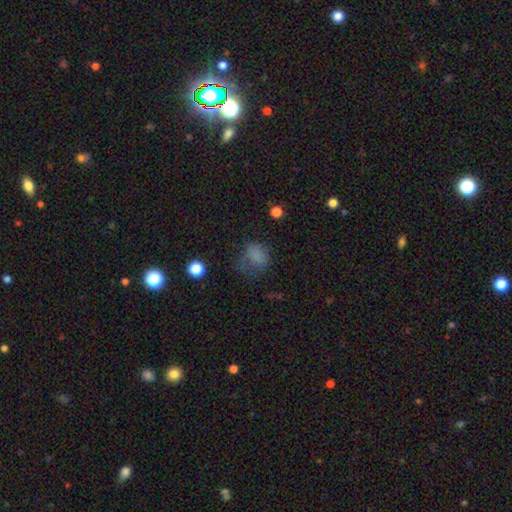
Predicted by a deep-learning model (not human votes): A smooth galaxy with no disk features (69%) that is round (54%).

Vote fractions:
- Smooth or featured? smooth: 69% / star or artifact: 16% / featured or disk: 14%
- How rounded? round: 54% / in between: 45% / cigar-shaped: 1%
- Merging? none: 40% / major disturbance: 31% / minor disturbance: 26% / merger: 2%